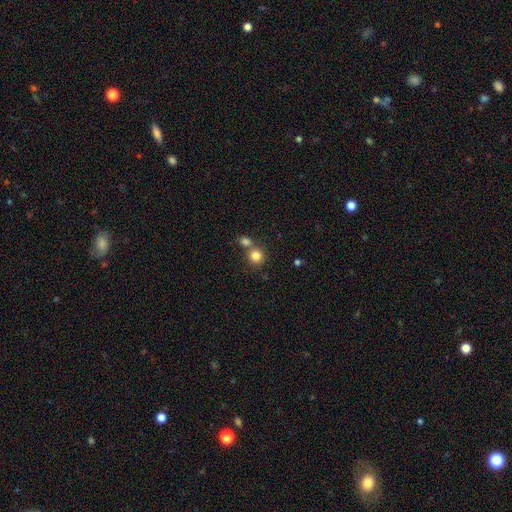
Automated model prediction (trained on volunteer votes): The model was most divided on "merging": none: 56%, merger: 34%, minor disturbance: 7%, major disturbance: 3%. More confident: how rounded — round (89%); smooth or featured — smooth (82%).